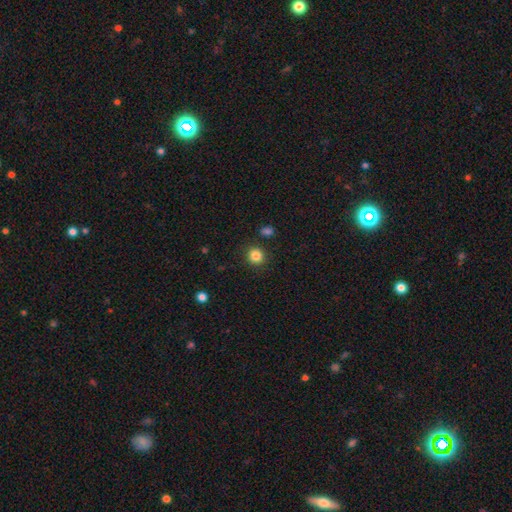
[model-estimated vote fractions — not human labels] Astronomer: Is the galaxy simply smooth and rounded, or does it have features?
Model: smooth — 85%.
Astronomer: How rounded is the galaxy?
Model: round — 87%.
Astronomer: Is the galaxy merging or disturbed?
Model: none — 87%.